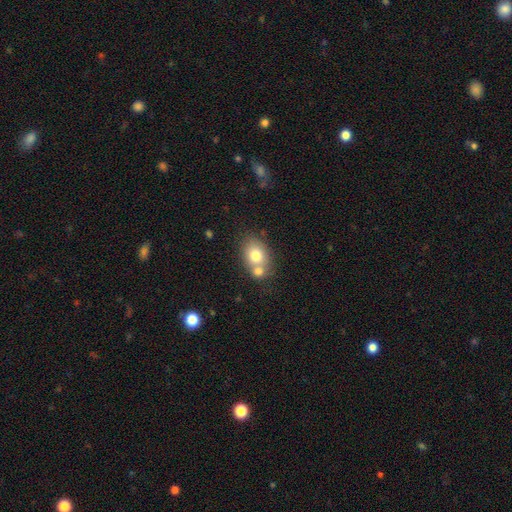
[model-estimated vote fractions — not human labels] Q: Smooth or featured?
A: smooth (74%); runner-up: featured or disk (17%)
Q: How rounded?
A: in between (65%); runner-up: round (34%)
Q: Merging?
A: merger (43%); tied with: none (43%)